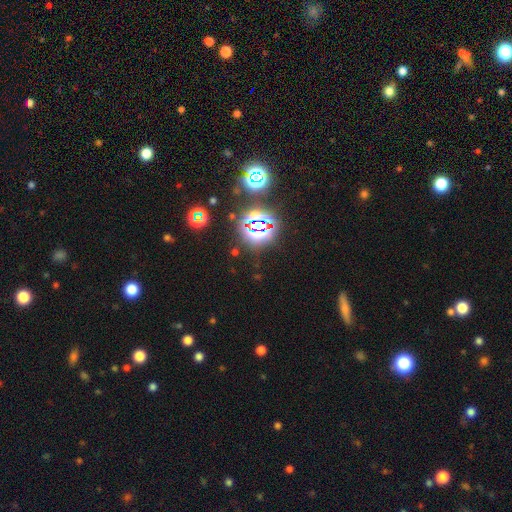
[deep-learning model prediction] star or artifact 78%, smooth 15%, featured or disk 7%.